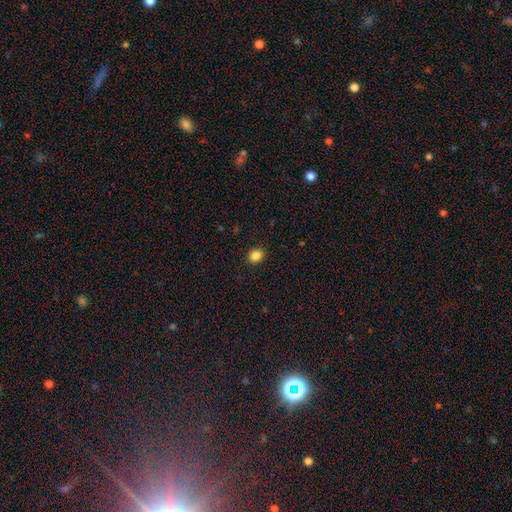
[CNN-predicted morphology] smooth 85%, star or artifact 11%, featured or disk 4%. Down the decision tree: how rounded — round (69%); merging — none (91%).